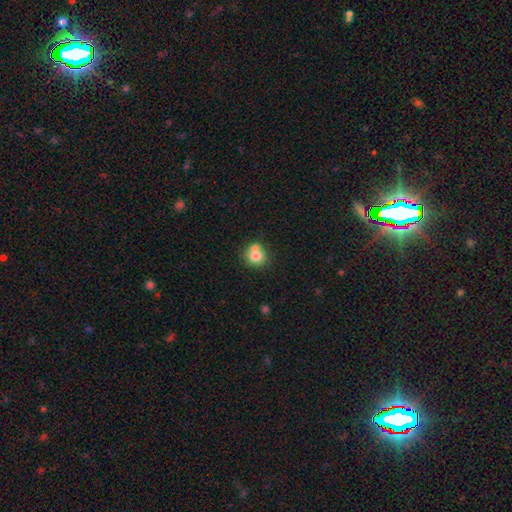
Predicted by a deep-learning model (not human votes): Overall: smooth (77%). How rounded: round (83%). Merging: none (47%; merger 38%).